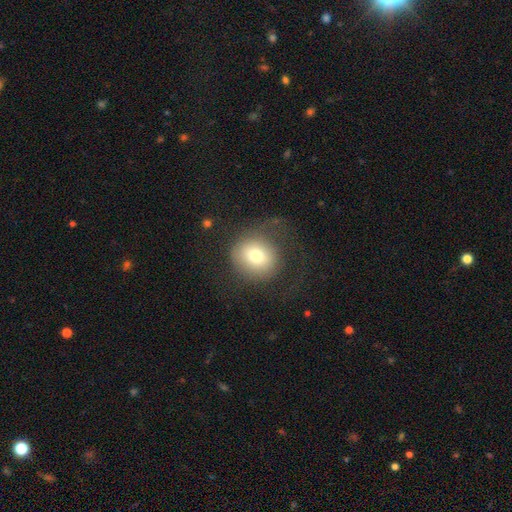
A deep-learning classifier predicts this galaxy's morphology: smooth-or-featured: smooth: 71% | featured or disk: 19% | star or artifact: 10%
  how-rounded: round: 80% | in between: 19% | cigar-shaped: 1%
  merging: none: 56% | major disturbance: 25% | minor disturbance: 18% | merger: 2%